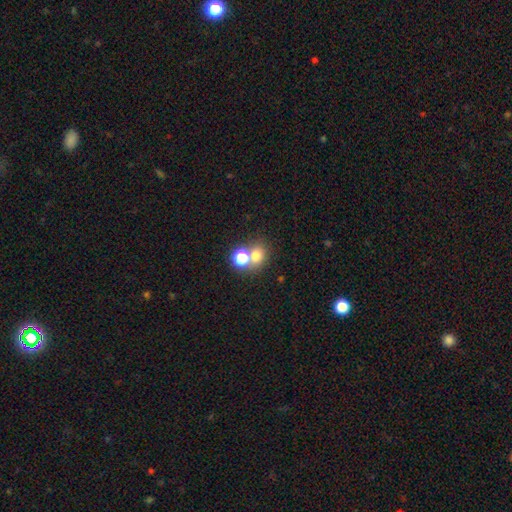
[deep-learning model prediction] Smooth or featured: smooth — 69% (star or artifact — 21%)
How rounded: round — 73% (in between — 26%)
Merging: none — 53% (merger — 36%)